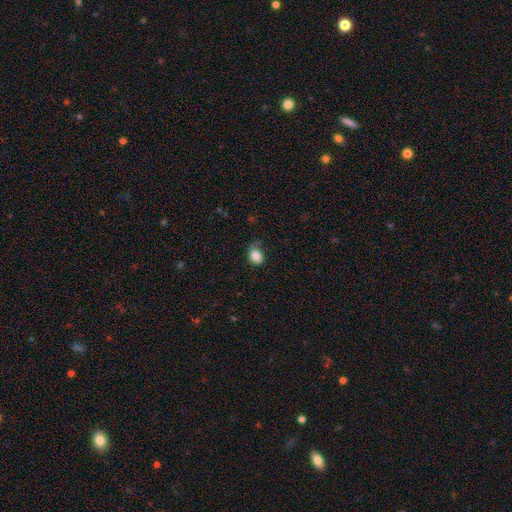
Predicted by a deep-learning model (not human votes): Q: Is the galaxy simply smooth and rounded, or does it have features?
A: smooth — 84%.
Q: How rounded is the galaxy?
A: in between — 51%.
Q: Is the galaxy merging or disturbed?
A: none — 58%.